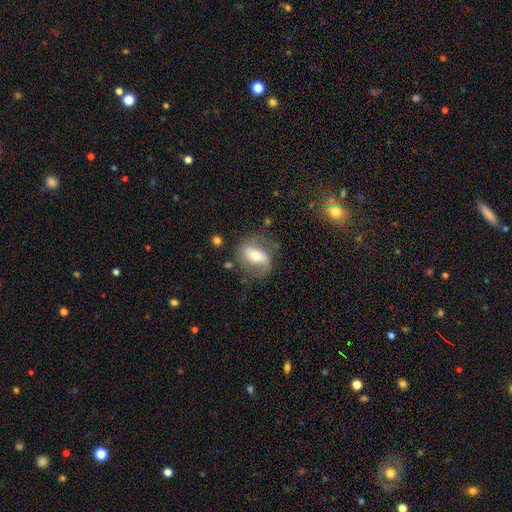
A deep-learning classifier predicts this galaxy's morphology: type=featured or disk (61%); edge-on=no (93%); bar=strong (41%); spiral arms=yes (76%); bulge=moderate (64%); merging=none (64%).